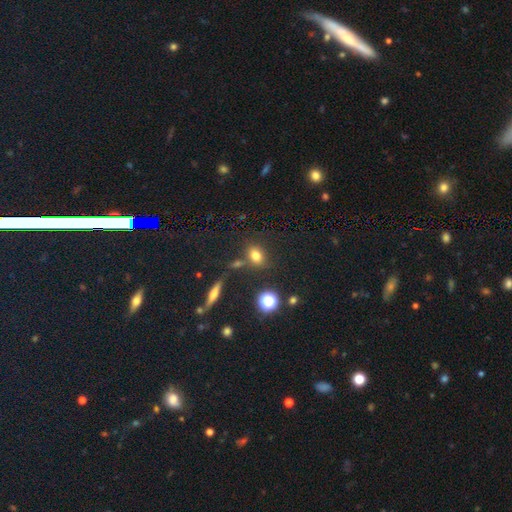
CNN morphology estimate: A smooth galaxy with no disk features (73%) that is in between round and cigar-shaped (63%). Merging: none (70%).